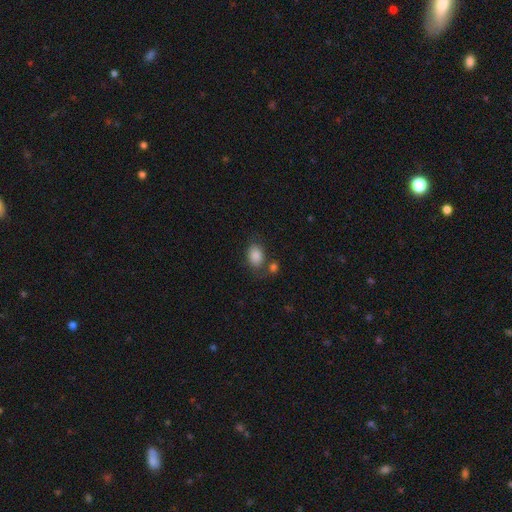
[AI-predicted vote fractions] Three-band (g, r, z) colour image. It shows a smooth galaxy with no disk features (86%) that is in between round and cigar-shaped (77%). Merging: none (64%).